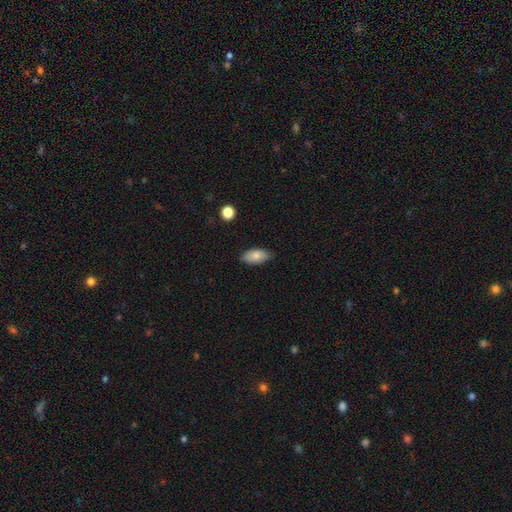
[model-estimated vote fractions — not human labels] The model was most divided on "merging": none: 82%, minor disturbance: 15%, major disturbance: 2%, merger: 1%. More confident: how rounded — in between (93%); smooth or featured — smooth (82%).